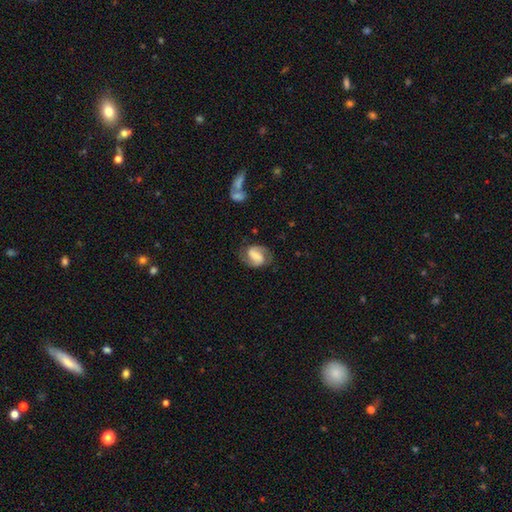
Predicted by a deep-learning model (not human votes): This appears to be a featured or disk galaxy (74%) with a weak bar (42%), 2 (89%) medium (49%) spiral arms (93%) and a small central bulge (38%). Merging: none (76%).